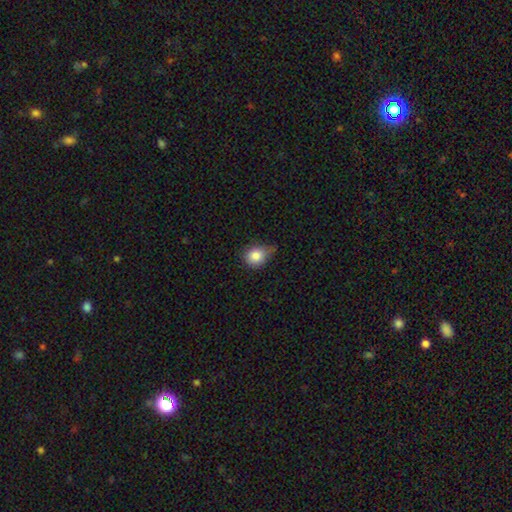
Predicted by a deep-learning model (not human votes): A smooth galaxy with no disk features (84%) that is round (72%). Merging: none (47%).